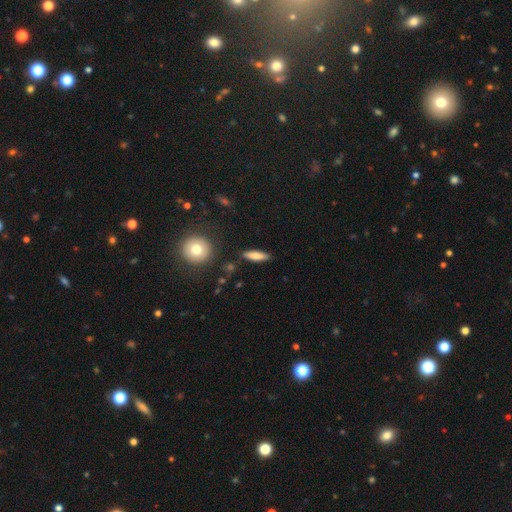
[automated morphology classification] This appears to be a smooth galaxy with no disk features (76%) that is cigar-shaped (63%). Merging: none (86%).